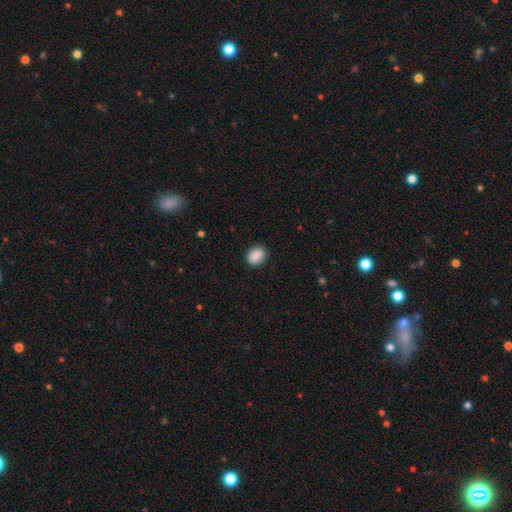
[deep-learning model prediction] Smooth or featured: smooth — 89% (star or artifact — 8%)
How rounded: in between — 56% (round — 43%)
Merging: none — 87% (minor disturbance — 10%)